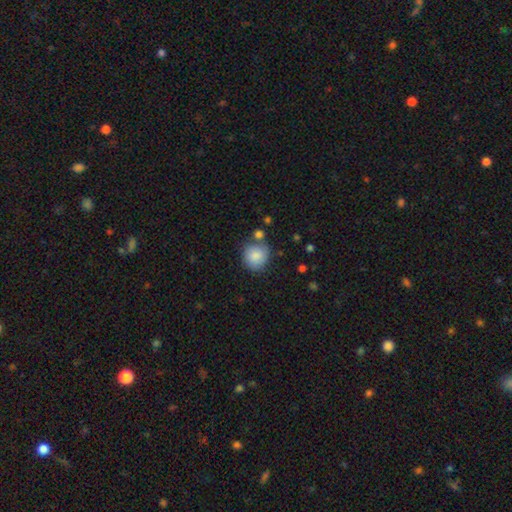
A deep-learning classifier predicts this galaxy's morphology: Overall: smooth (85%). How rounded: round (86%). Merging: none (68%).